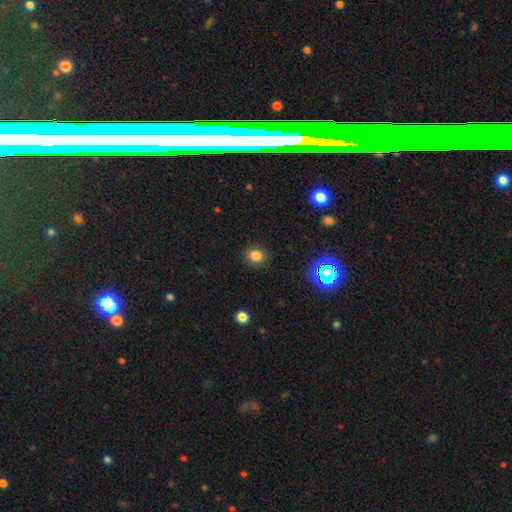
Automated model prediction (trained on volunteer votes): The model was most divided on "how rounded": round: 74%, in between: 25%, cigar-shaped: 1%. More confident: merging — none (88%); smooth or featured — smooth (79%).